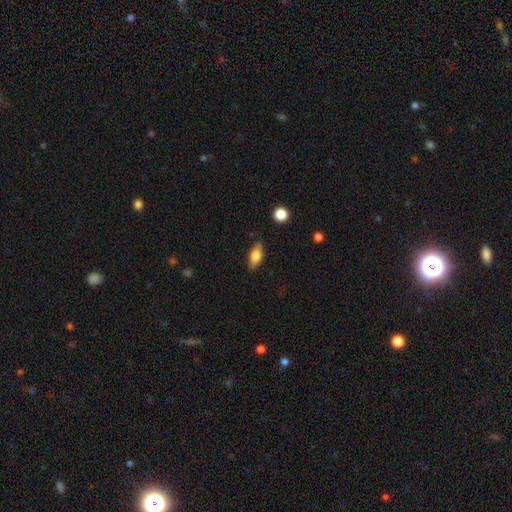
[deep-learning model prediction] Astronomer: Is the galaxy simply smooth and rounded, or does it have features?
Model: smooth — 76%.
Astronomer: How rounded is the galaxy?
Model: in between — 83%.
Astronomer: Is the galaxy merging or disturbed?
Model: none — 83%.